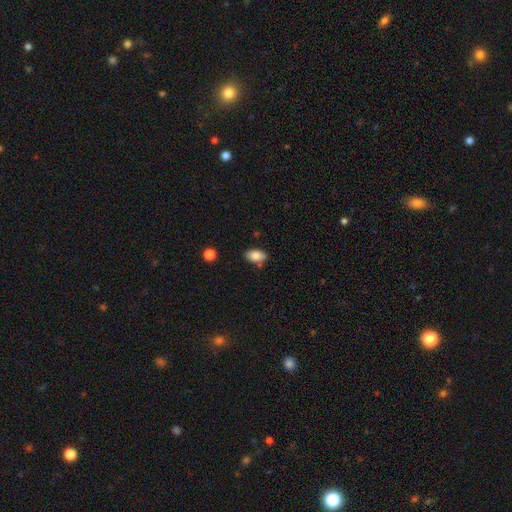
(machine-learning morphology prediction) Smooth or featured? smooth (84%)
How rounded? in between (92%)
Merging? none (76%)